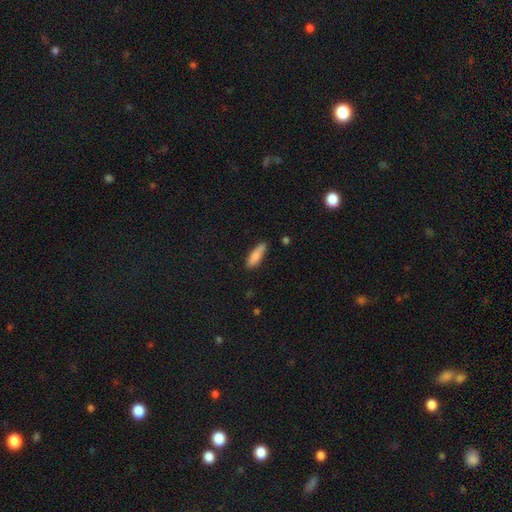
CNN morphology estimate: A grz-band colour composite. It shows a smooth galaxy with no disk features (84%) that is cigar-shaped (53%). Merging: none (71%).